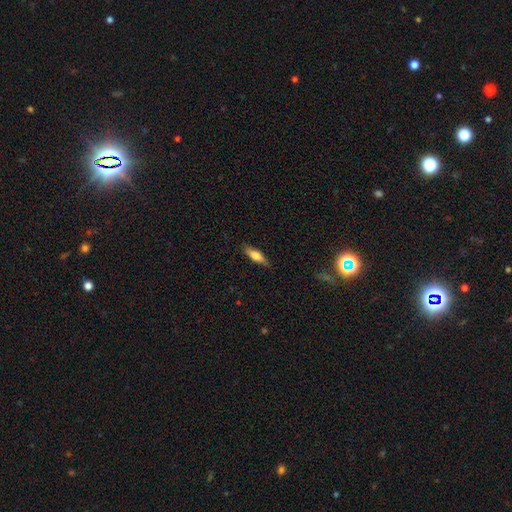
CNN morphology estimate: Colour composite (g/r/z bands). It shows a smooth galaxy with no disk features (59%) that is cigar-shaped (62%). Merging: none (85%).